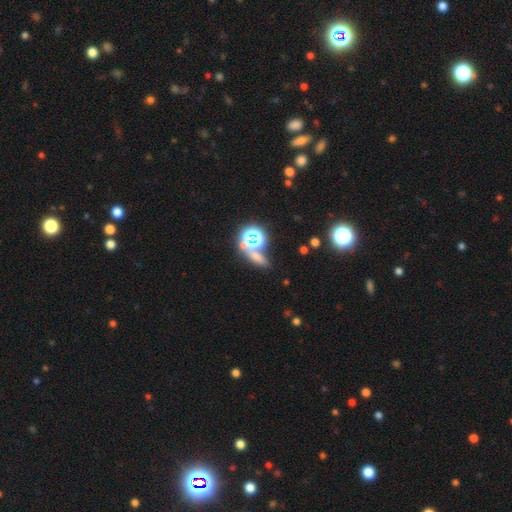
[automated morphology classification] smooth-or-featured: smooth: 45% | star or artifact: 43% | featured or disk: 12%
  merging: none: 63% | merger: 20% | minor disturbance: 11% | major disturbance: 7%